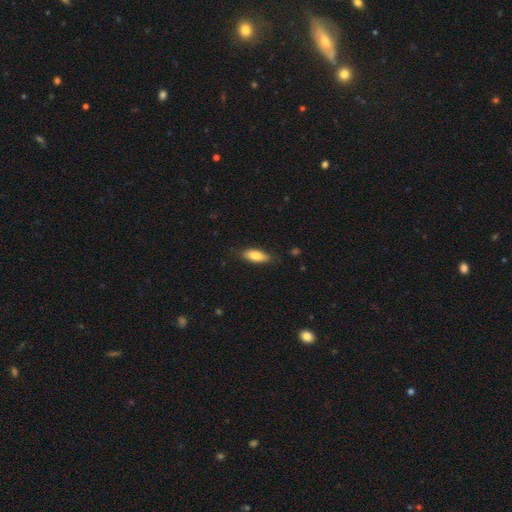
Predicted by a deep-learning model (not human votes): Q: Smooth or featured?
A: smooth (81%); runner-up: featured or disk (13%)
Q: How rounded?
A: in between (72%); runner-up: cigar-shaped (26%)
Q: Merging?
A: none (82%); runner-up: minor disturbance (14%)